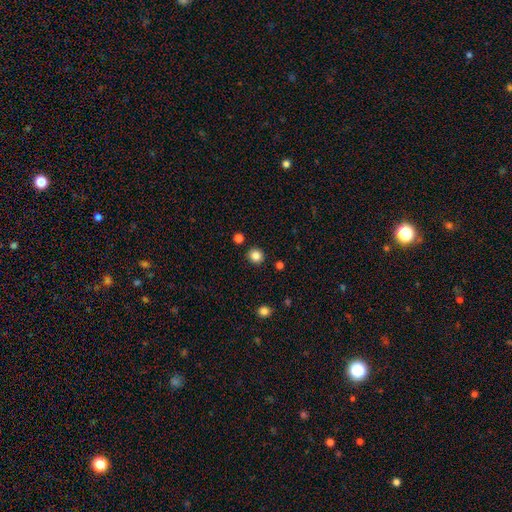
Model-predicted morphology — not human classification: This is clearly a smooth galaxy (84%). How rounded: clearly round (91%). Merging: clearly none (90%).